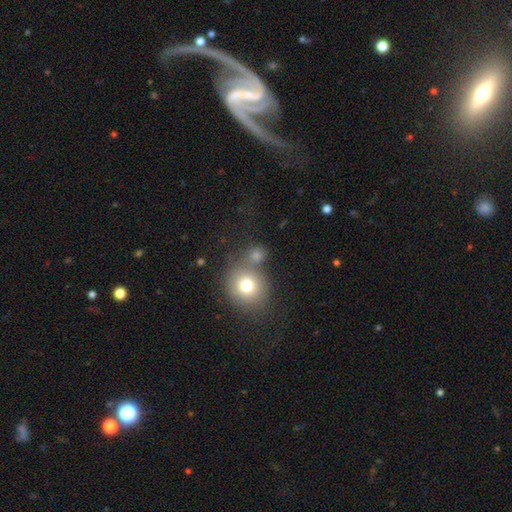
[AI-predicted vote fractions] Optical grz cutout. It shows a smooth galaxy with no disk features (74%) that is round (82%). Merging: none (54%).